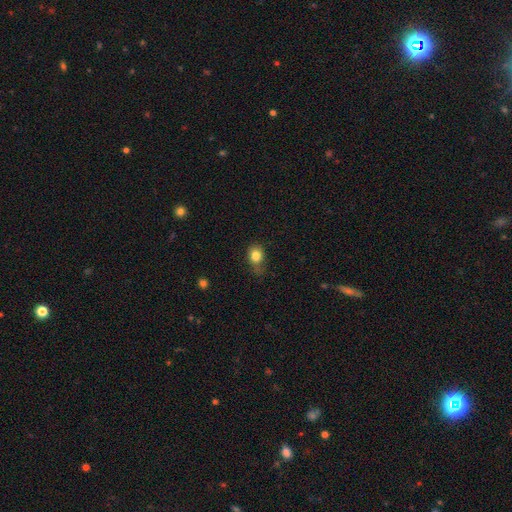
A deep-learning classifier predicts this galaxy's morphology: smooth_or_featured: smooth (p=0.82) [alt: star or artifact p=0.10]
how_rounded: round (p=0.57) [alt: in between p=0.42]
merging: none (p=0.52) [alt: minor disturbance p=0.34]